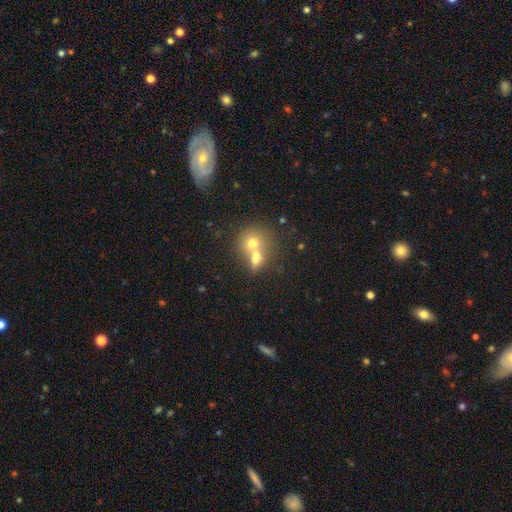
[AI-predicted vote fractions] Smooth or featured?
  - smooth: 62% *
  - featured or disk: 24%
  - star or artifact: 14%
How rounded?
  - round: 65% *
  - in between: 33%
  - cigar-shaped: 2%
Merging?
  - merger: 61% *
  - none: 28%
  - minor disturbance: 7%
  - major disturbance: 4%